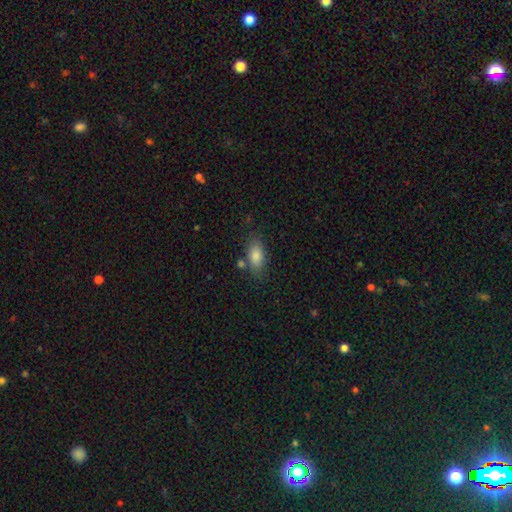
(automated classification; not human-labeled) The model was most divided on "merging": none: 75%, minor disturbance: 14%, merger: 7%, major disturbance: 4%. More confident: how rounded — in between (87%); smooth or featured — smooth (82%).